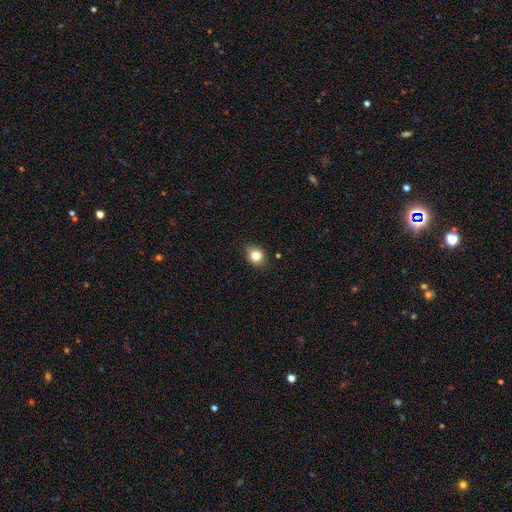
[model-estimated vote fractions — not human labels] smooth-or-featured: smooth: 81% | star or artifact: 11% | featured or disk: 7%
  how-rounded: round: 70% | in between: 29% | cigar-shaped: 1%
  merging: none: 84% | minor disturbance: 13% | major disturbance: 2% | merger: 1%